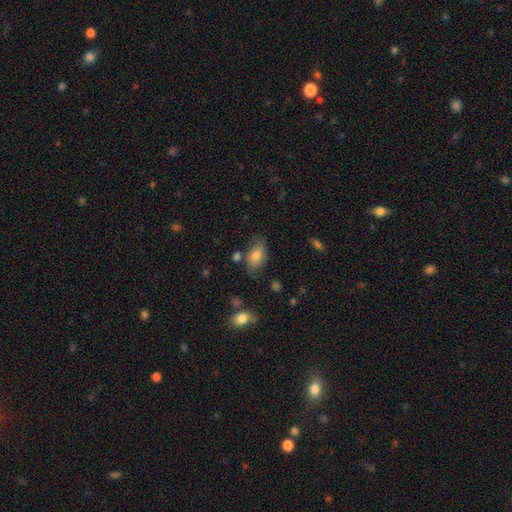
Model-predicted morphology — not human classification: smooth-or-featured: smooth: 76% | featured or disk: 15% | star or artifact: 9%
  how-rounded: in between: 90% | round: 7% | cigar-shaped: 3%
  merging: none: 67% | minor disturbance: 21% | merger: 6% | major disturbance: 6%